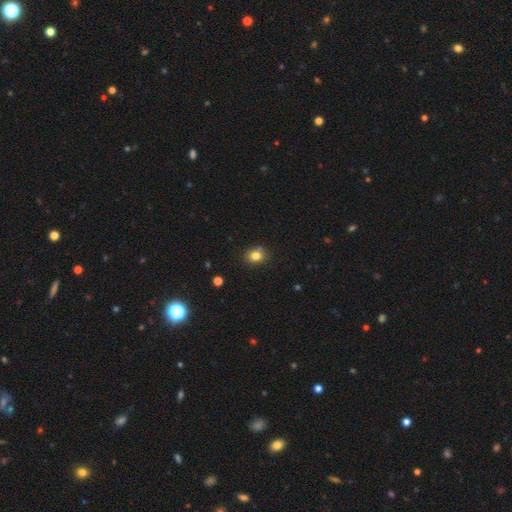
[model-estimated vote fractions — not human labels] Smooth or featured: smooth — 80% (star or artifact — 13%)
How rounded: round — 67% (in between — 32%)
Merging: none — 76% (minor disturbance — 14%)